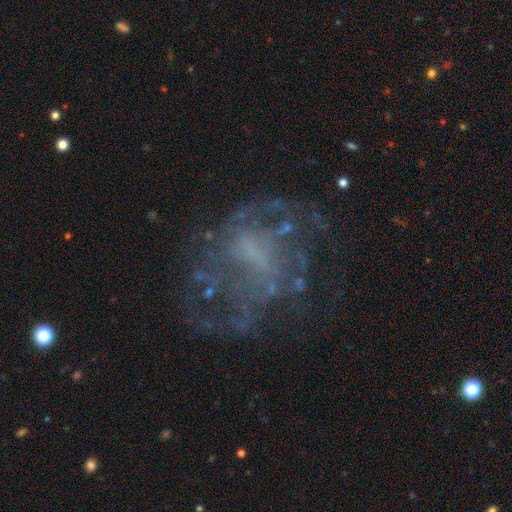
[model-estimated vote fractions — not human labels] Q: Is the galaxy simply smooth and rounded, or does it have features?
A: featured or disk — 71%.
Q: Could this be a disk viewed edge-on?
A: no — 97%.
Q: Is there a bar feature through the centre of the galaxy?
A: no — 54%.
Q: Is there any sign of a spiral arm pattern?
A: yes — 59%.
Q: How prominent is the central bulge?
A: none — 55%.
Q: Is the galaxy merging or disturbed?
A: none — 55%.